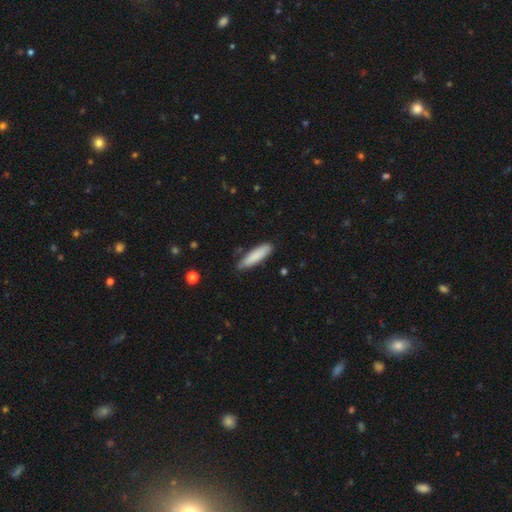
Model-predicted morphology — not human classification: smooth_or_featured: smooth (p=0.86) [alt: featured or disk p=0.09]
how_rounded: cigar-shaped (p=0.70) [alt: in between p=0.29]
merging: none (p=0.81) [alt: minor disturbance p=0.15]